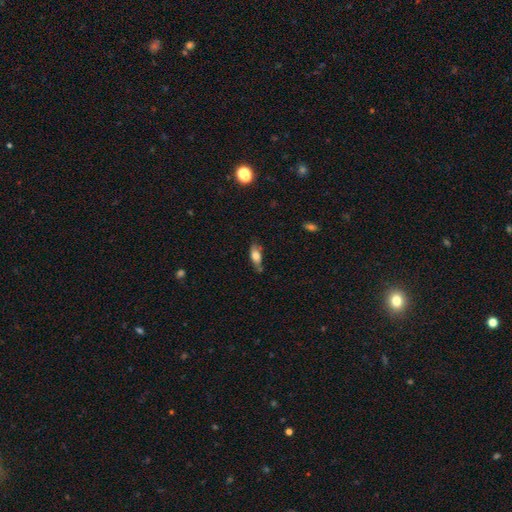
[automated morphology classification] This is likely a smooth galaxy (67%). How rounded: likely in between (70%). Merging: likely none (63%).